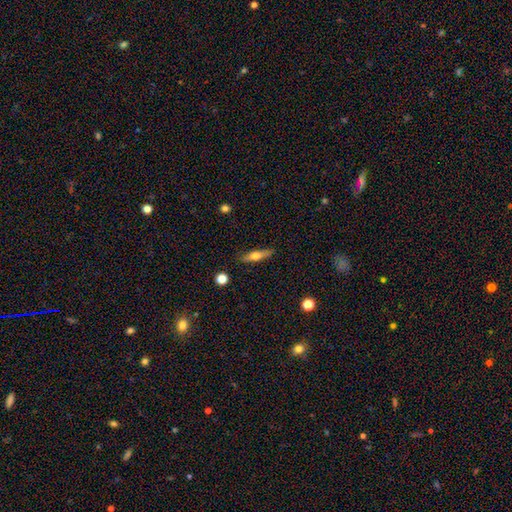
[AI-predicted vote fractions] Q: Smooth or featured?
A: smooth (53%); runner-up: featured or disk (40%)
Q: How rounded?
A: cigar-shaped (68%); runner-up: in between (29%)
Q: Merging?
A: none (86%); runner-up: minor disturbance (10%)